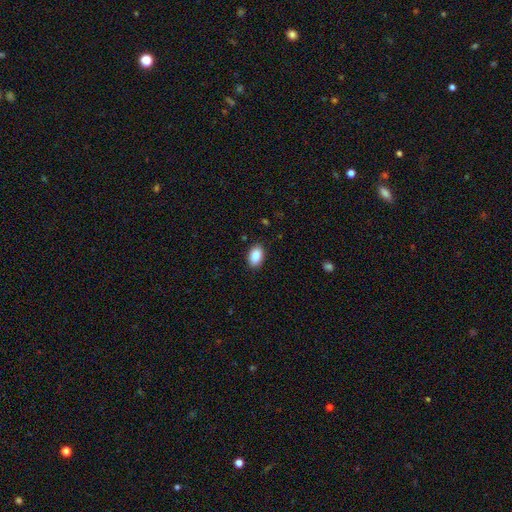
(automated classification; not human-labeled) Overall: smooth (90%). How rounded: in between (91%). Merging: none (88%).